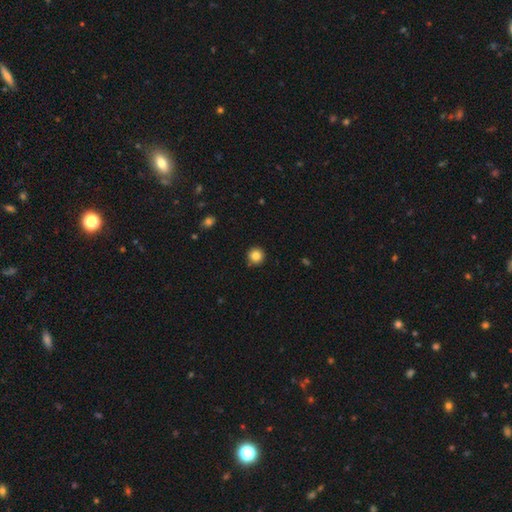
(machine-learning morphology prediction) Overall: smooth (84%). How rounded: round (95%). Merging: none (90%).